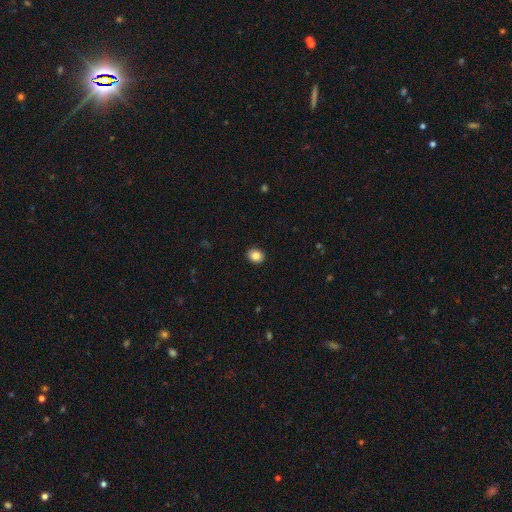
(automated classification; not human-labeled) smooth-or-featured: smooth: 87% | star or artifact: 9% | featured or disk: 4%
  how-rounded: round: 59% | in between: 40% | cigar-shaped: 1%
  merging: none: 92% | minor disturbance: 6% | major disturbance: 2% | merger: 1%